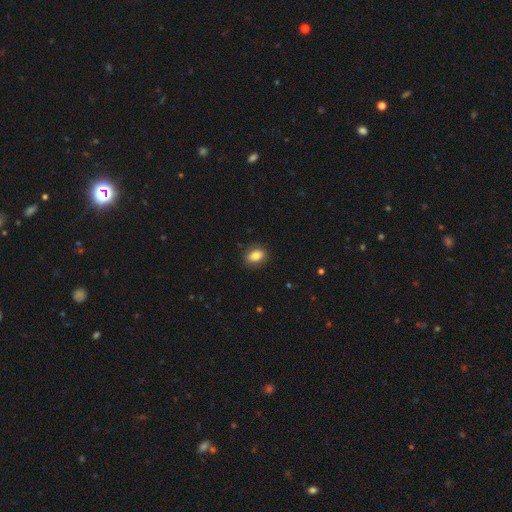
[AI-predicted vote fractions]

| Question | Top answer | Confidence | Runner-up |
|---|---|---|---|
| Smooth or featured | smooth | 82% | featured or disk (9%) |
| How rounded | in between | 70% | round (29%) |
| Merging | none | 86% | minor disturbance (10%) |